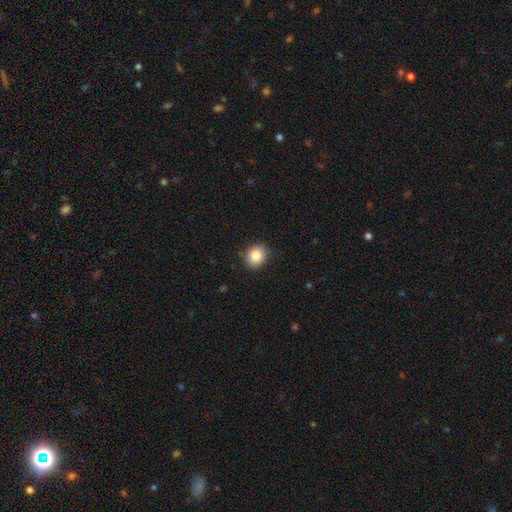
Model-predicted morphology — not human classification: Smooth or featured? smooth (84%)
How rounded? round (73%)
Merging? none (86%)